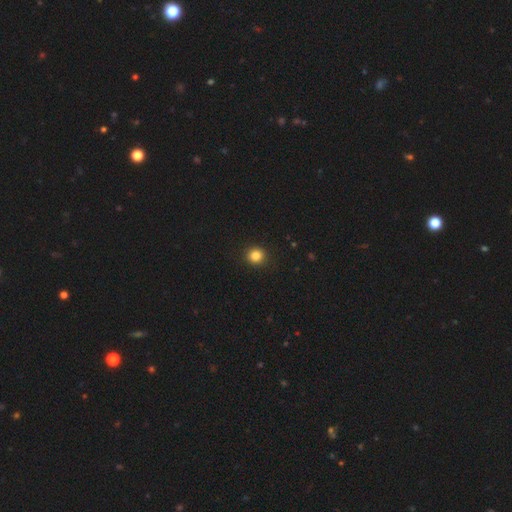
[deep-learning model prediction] Smooth or featured? smooth (84%)
How rounded? round (91%)
Merging? none (93%)